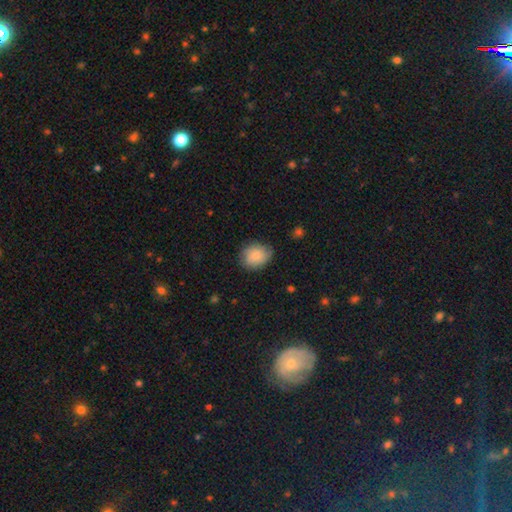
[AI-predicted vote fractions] Q: Smooth or featured?
A: smooth (81%); runner-up: featured or disk (12%)
Q: How rounded?
A: round (62%); runner-up: in between (37%)
Q: Merging?
A: none (73%); runner-up: minor disturbance (21%)